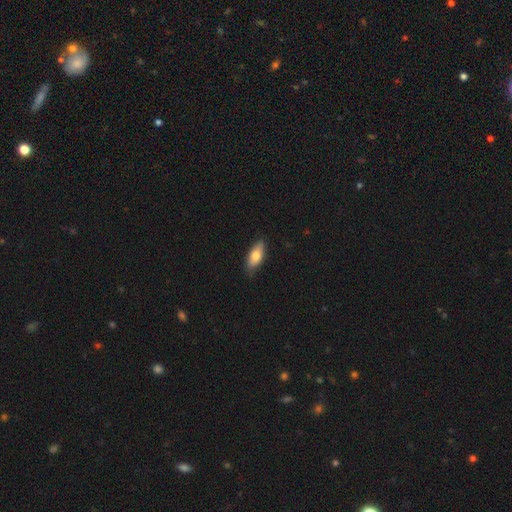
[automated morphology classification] Smooth or featured? Predicted: smooth (p=0.75). How rounded? Predicted: in between (p=0.81). Merging? Predicted: none (p=0.82).